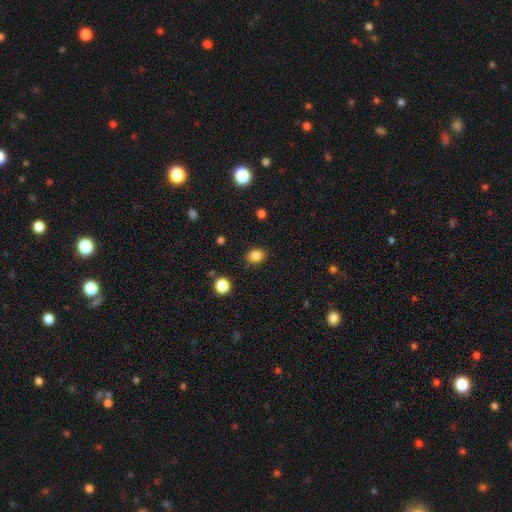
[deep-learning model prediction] Smooth or featured? smooth (85%)
How rounded? round (56%)
Merging? none (86%)